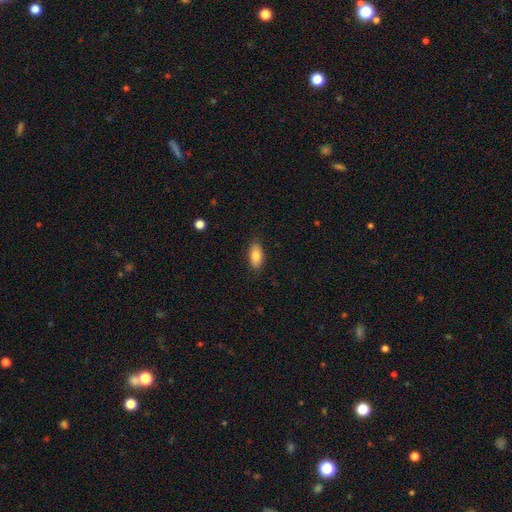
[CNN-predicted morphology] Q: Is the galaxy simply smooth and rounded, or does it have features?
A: smooth — 83%.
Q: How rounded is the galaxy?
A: in between — 89%.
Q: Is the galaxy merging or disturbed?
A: none — 86%.